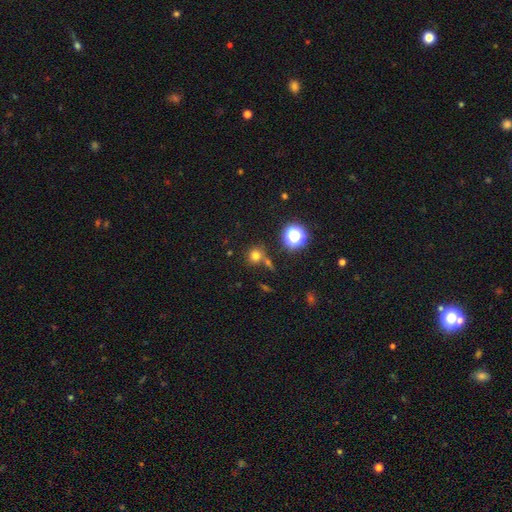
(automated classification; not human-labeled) This appears to be a smooth galaxy with no disk features (72%) that is round (89%). Merging: none (69%).